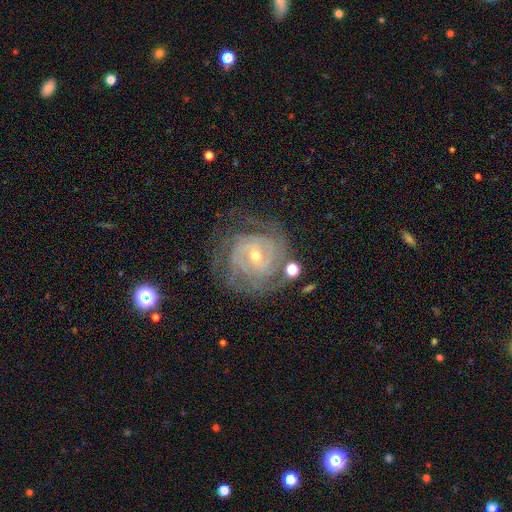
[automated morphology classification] Smooth or featured: featured or disk — 87% (smooth — 7%)
Edge-on disk: no — 97% (yes — 3%)
Bar: no — 44% (weak — 42%)
Spiral arms: yes — 96% (no — 4%)
Spiral winding: tight — 76% (medium — 20%)
Spiral arm count: can't tell — 30% (3 — 24%)
Bulge size: small — 60% (moderate — 38%)
Merging: none — 69% (minor disturbance — 18%)